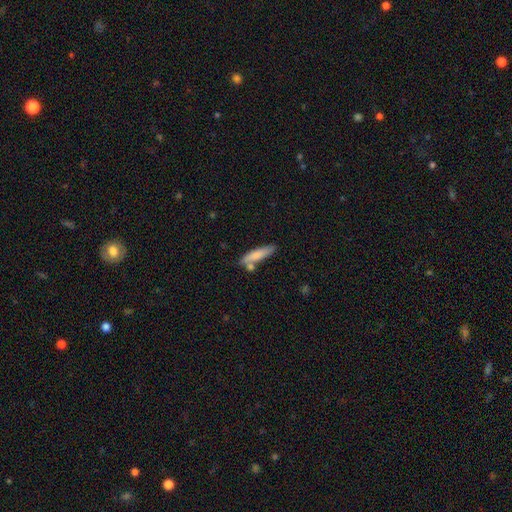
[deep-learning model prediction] smooth_or_featured: smooth (p=0.77) [alt: featured or disk p=0.17]
how_rounded: cigar-shaped (p=0.75) [alt: in between p=0.23]
merging: none (p=0.67) [alt: minor disturbance p=0.16]